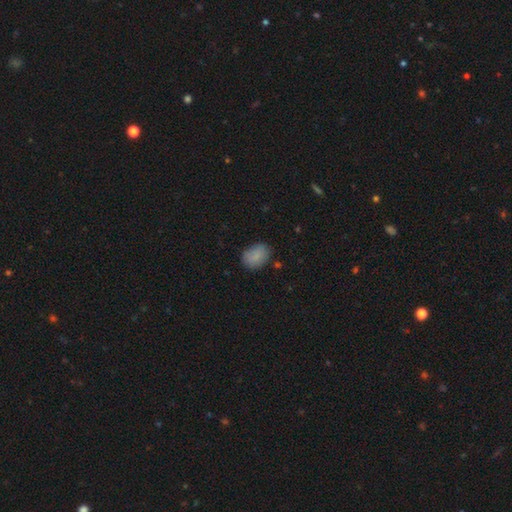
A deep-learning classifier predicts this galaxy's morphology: smooth 84%, star or artifact 8%, featured or disk 8%. Down the decision tree: how rounded — in between (74%); merging — none (75%).